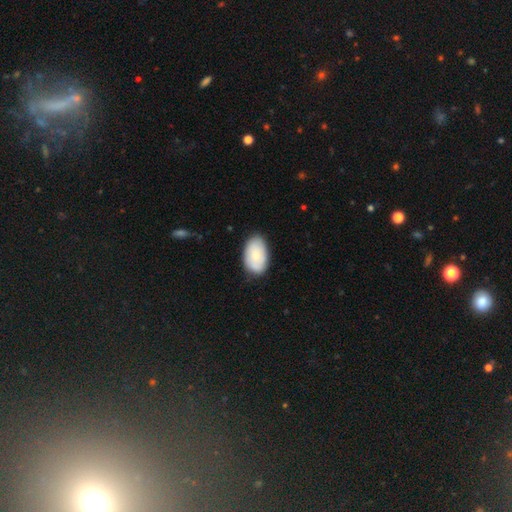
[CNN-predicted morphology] smooth 77%, featured or disk 18%, star or artifact 6%. Down the decision tree: how rounded — in between (93%); merging — none (81%).